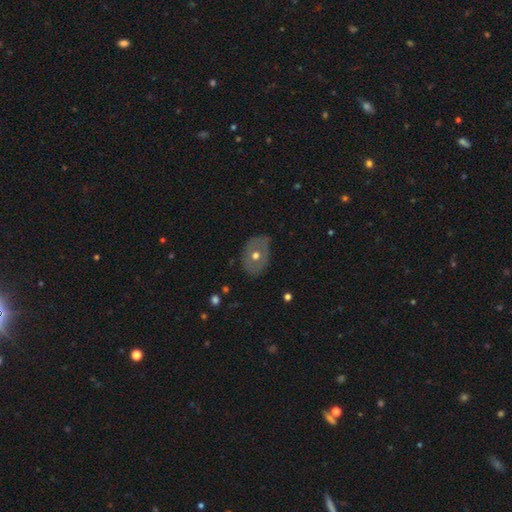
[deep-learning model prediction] Smooth or featured?
  - featured or disk: 47% *
  - smooth: 46%
  - star or artifact: 7%
Merging?
  - none: 76% *
  - minor disturbance: 18%
  - major disturbance: 5%
  - merger: 1%